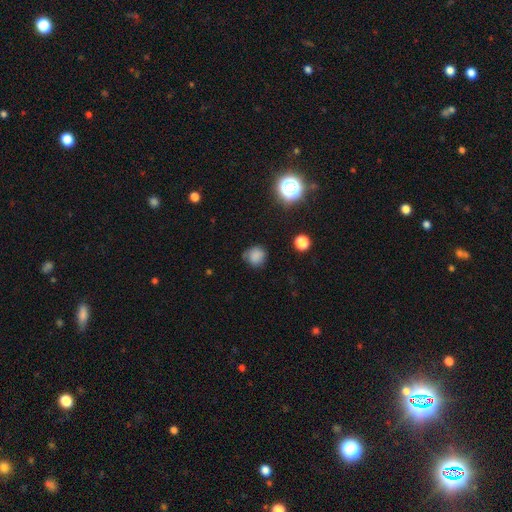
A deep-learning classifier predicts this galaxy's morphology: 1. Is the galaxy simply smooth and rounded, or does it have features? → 80% smooth, 14% star or artifact, 6% featured or disk.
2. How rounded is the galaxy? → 87% round, 12% in between, 1% cigar-shaped.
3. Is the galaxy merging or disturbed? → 73% none, 20% minor disturbance, 5% major disturbance, 2% merger.